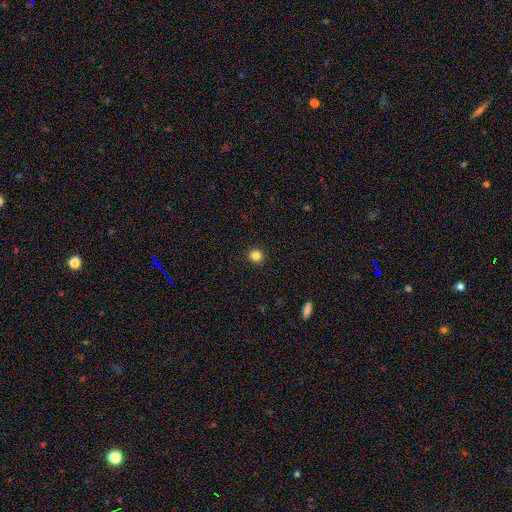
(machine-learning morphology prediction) smooth_or_featured: smooth (p=0.84) [alt: star or artifact p=0.12]
how_rounded: round (p=0.92) [alt: in between p=0.07]
merging: none (p=0.93) [alt: minor disturbance p=0.05]